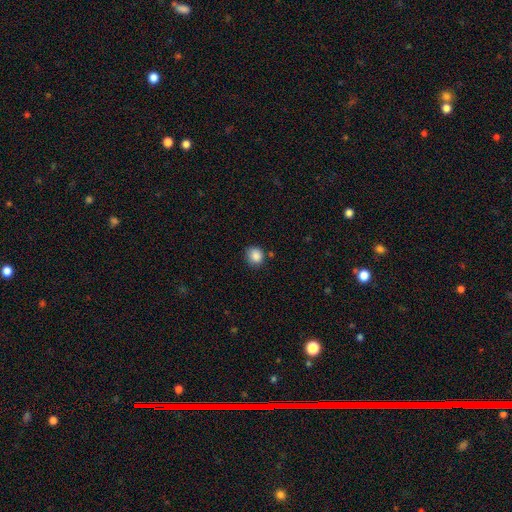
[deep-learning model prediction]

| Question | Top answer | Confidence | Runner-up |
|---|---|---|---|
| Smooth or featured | smooth | 87% | star or artifact (9%) |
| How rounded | round | 77% | in between (22%) |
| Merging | none | 75% | minor disturbance (18%) |